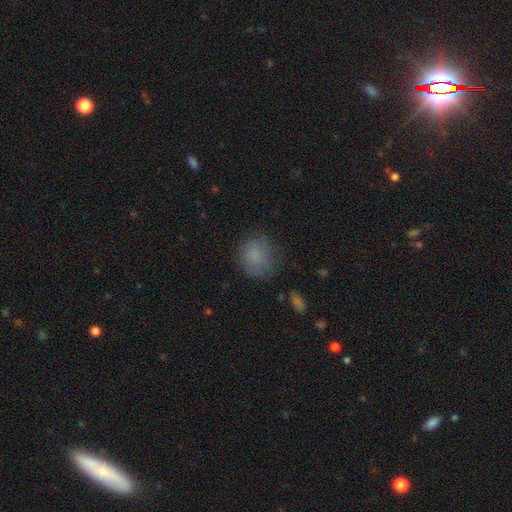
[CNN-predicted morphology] The model was most divided on "merging": none: 71%, minor disturbance: 20%, major disturbance: 7%, merger: 2%. More confident: how rounded — round (82%); smooth or featured — smooth (81%).